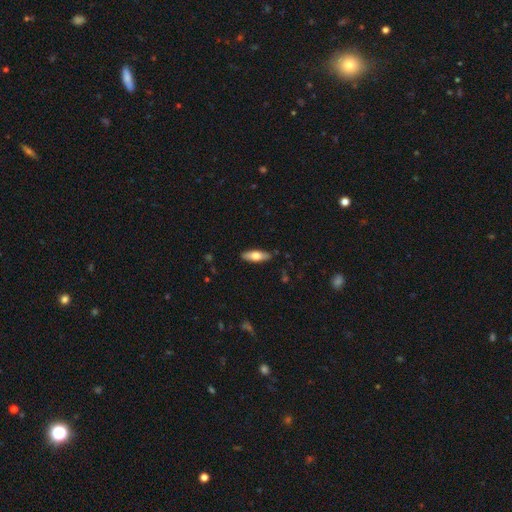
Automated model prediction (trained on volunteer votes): Smooth or featured? Predicted: smooth (p=0.67). How rounded? Predicted: in between (p=0.57). Merging? Predicted: none (p=0.88).